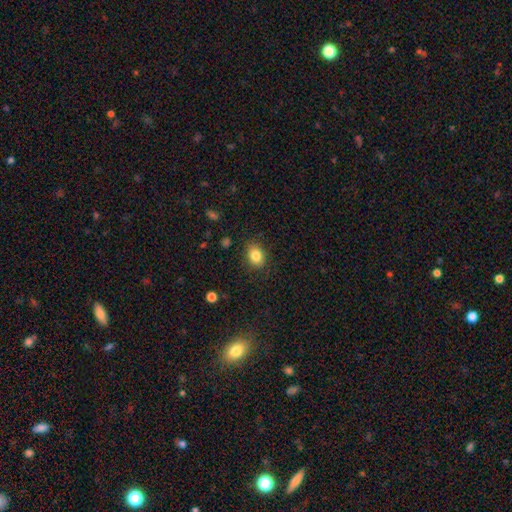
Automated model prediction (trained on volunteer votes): A smooth galaxy with no disk features (84%) that is in between round and cigar-shaped (54%).

Vote fractions:
- Smooth or featured? smooth: 84% / star or artifact: 10% / featured or disk: 7%
- How rounded? in between: 54% / round: 45% / cigar-shaped: 1%
- Merging? none: 85% / minor disturbance: 11% / major disturbance: 3% / merger: 1%